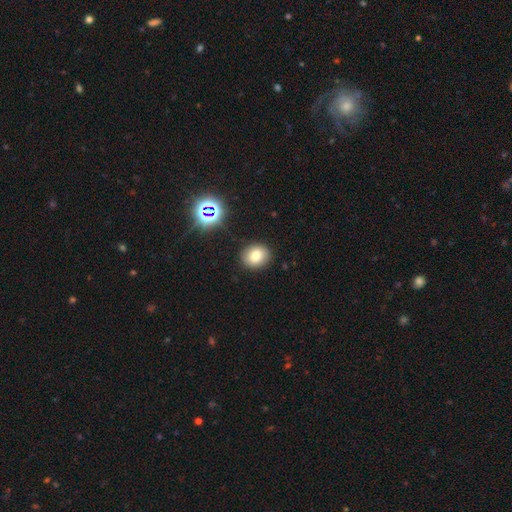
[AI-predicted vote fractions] This is likely a smooth galaxy (77%). How rounded: likely round (62%). Merging: clearly none (88%).